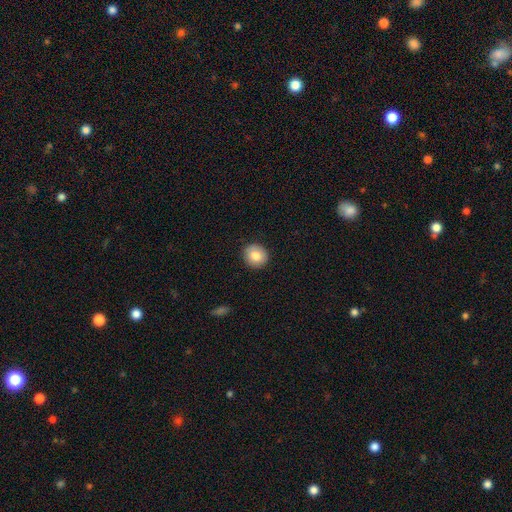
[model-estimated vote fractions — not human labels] Smooth or featured?
  - smooth: 81% *
  - featured or disk: 11%
  - star or artifact: 8%
How rounded?
  - round: 88% *
  - in between: 11%
  - cigar-shaped: 1%
Merging?
  - none: 90% *
  - minor disturbance: 7%
  - major disturbance: 2%
  - merger: 1%